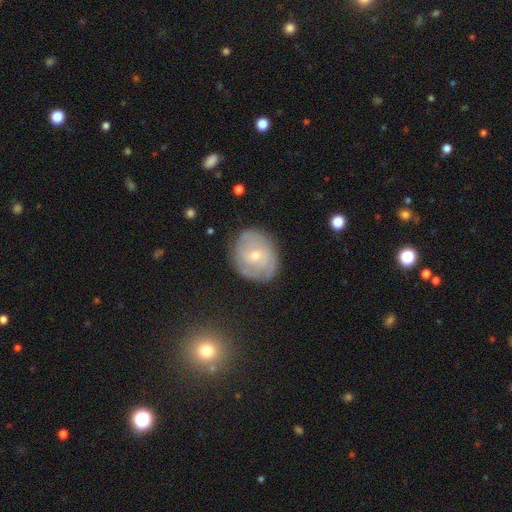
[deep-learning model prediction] featured or disk 69%, smooth 24%, star or artifact 7%. Down the decision tree: edge-on disk — no (97%); bar — no (63%); spiral arms — yes (86%); spiral arm count — can't tell (42%); spiral winding — tight (61%); bulge size — small (65%); merging — none (79%).